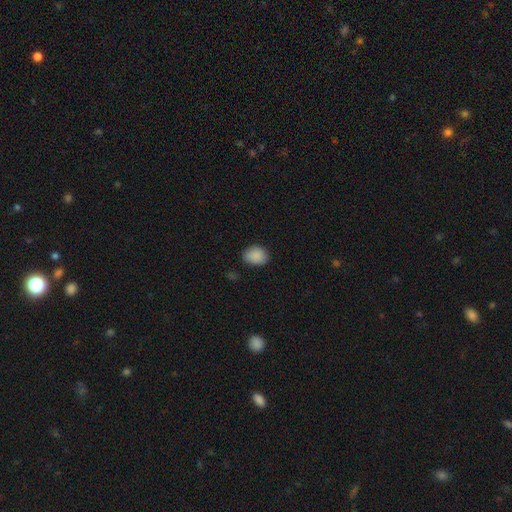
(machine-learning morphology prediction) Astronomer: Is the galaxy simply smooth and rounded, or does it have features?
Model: smooth — 89%.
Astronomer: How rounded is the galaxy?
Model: in between — 59% (runner-up: round, 40%).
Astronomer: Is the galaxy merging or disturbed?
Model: none — 82%.